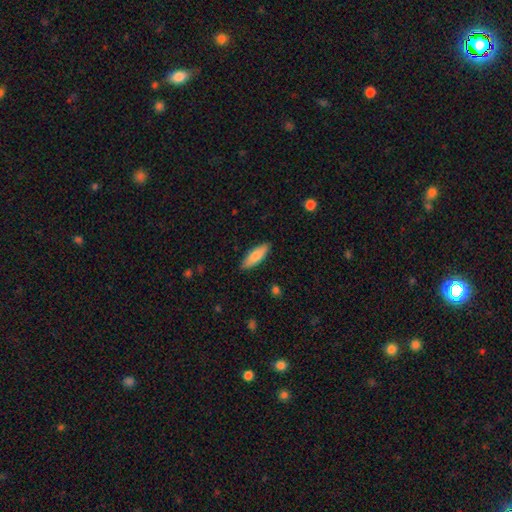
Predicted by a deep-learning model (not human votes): Morphology: type=smooth (79%); roundness=in between (57%); merging=none (88%).